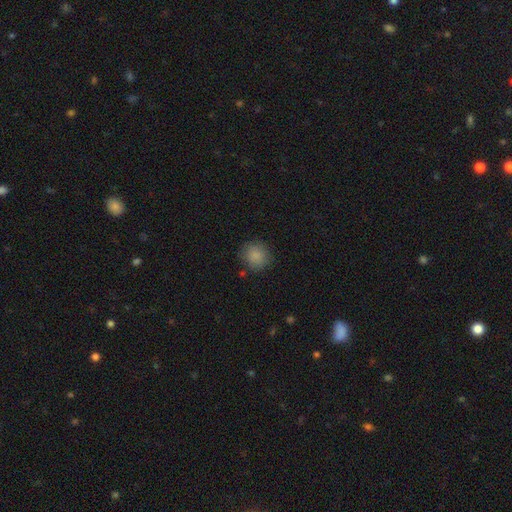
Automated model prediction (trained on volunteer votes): Q: Smooth or featured?
A: smooth (87%); runner-up: star or artifact (9%)
Q: How rounded?
A: round (88%); runner-up: in between (11%)
Q: Merging?
A: none (84%); runner-up: minor disturbance (11%)